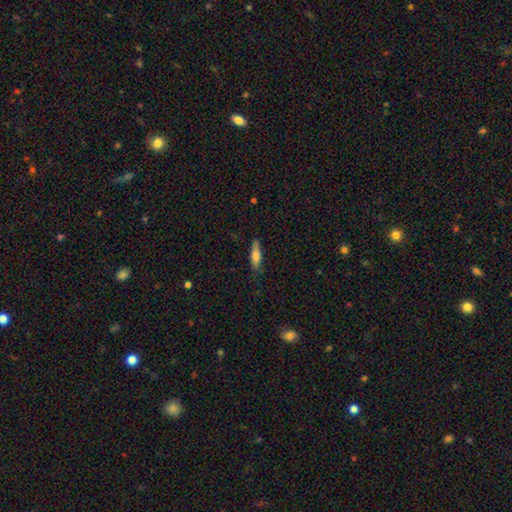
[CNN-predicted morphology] Smooth or featured: smooth — 72% (featured or disk — 21%)
How rounded: cigar-shaped — 60% (in between — 38%)
Merging: none — 78% (minor disturbance — 17%)